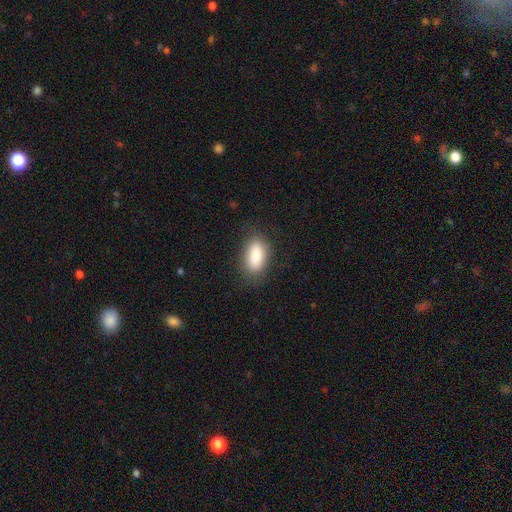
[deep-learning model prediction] The model was most divided on "merging": none: 84%, minor disturbance: 12%, major disturbance: 4%, merger: 1%. More confident: how rounded — in between (89%); smooth or featured — smooth (87%).